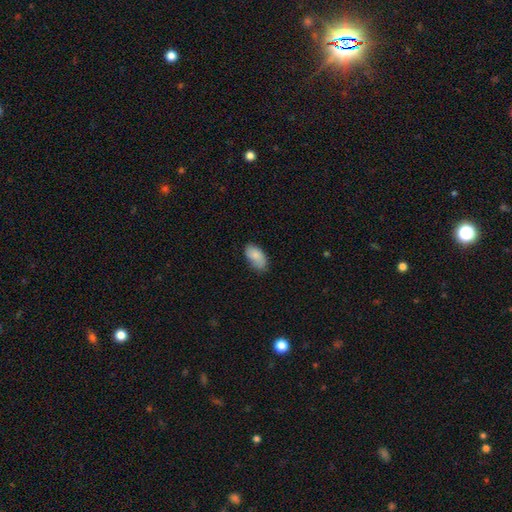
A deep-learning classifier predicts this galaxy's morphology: smooth_or_featured: smooth (p=0.83) [alt: featured or disk p=0.11]
how_rounded: in between (p=0.94) [alt: round p=0.03]
merging: none (p=0.69) [alt: minor disturbance p=0.26]